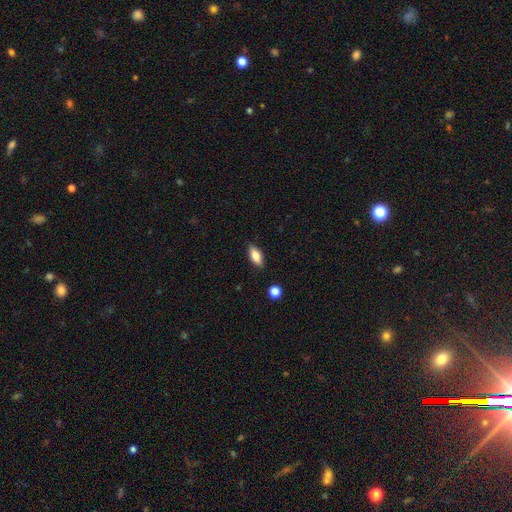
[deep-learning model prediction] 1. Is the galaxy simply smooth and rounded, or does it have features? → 74% smooth, 18% featured or disk, 8% star or artifact.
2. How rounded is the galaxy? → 81% in between, 16% cigar-shaped, 3% round.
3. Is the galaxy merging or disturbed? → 86% none, 10% minor disturbance, 2% major disturbance, 2% merger.